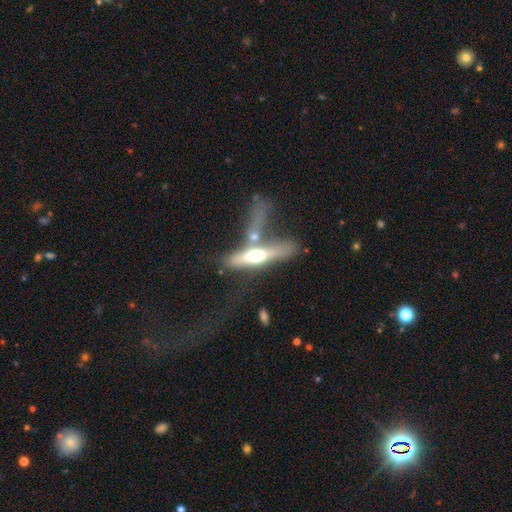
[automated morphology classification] A featured or disk galaxy (54%) viewed edge-on (81%).

Vote fractions:
- Smooth or featured? featured or disk: 54% / smooth: 39% / star or artifact: 7%
- Edge-on disk? yes: 81% / no: 19%
- Merging? merger: 37% / none: 28% / major disturbance: 21% / minor disturbance: 14%